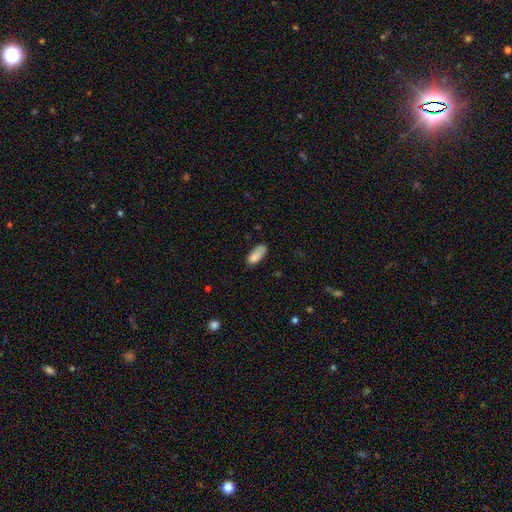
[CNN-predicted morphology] Smooth or featured?
  - smooth: 83% *
  - featured or disk: 9%
  - star or artifact: 7%
How rounded?
  - in between: 85% *
  - cigar-shaped: 13%
  - round: 2%
Merging?
  - none: 62% *
  - minor disturbance: 28%
  - major disturbance: 7%
  - merger: 3%